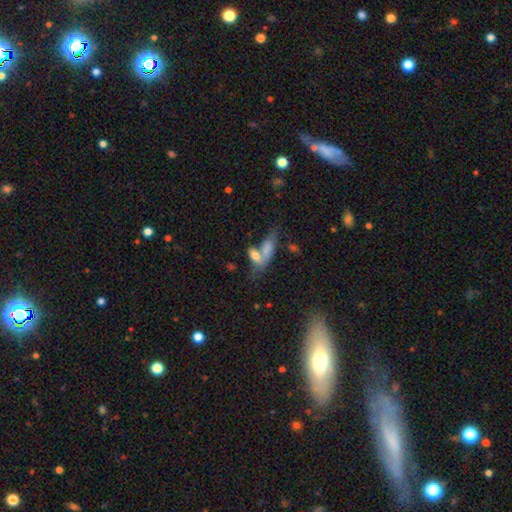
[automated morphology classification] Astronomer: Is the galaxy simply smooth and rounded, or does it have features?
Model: smooth — 74%.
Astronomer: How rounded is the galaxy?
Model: in between — 72%.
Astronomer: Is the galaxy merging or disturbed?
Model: merger — 50% (runner-up: none, 32%).